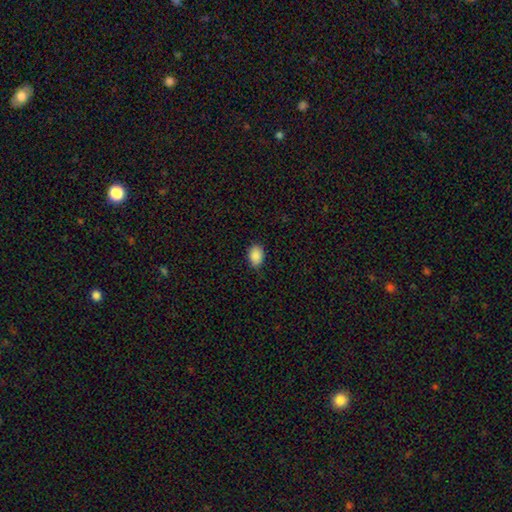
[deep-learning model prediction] Overall: smooth (89%). How rounded: in between (77%). Merging: none (78%).